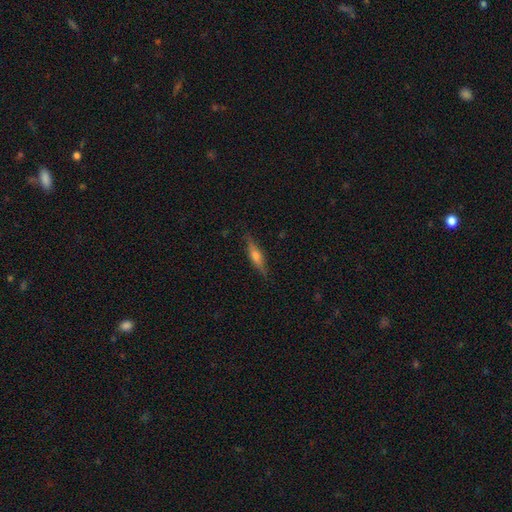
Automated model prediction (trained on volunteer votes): smooth-or-featured: featured or disk: 58% | smooth: 35% | star or artifact: 7%
  disk-edge-on: yes: 94% | no: 6%
    edge-on-bulge: rounded: 85% | boxy: 9% | none: 7%
  merging: none: 86% | minor disturbance: 11% | major disturbance: 2% | merger: 1%